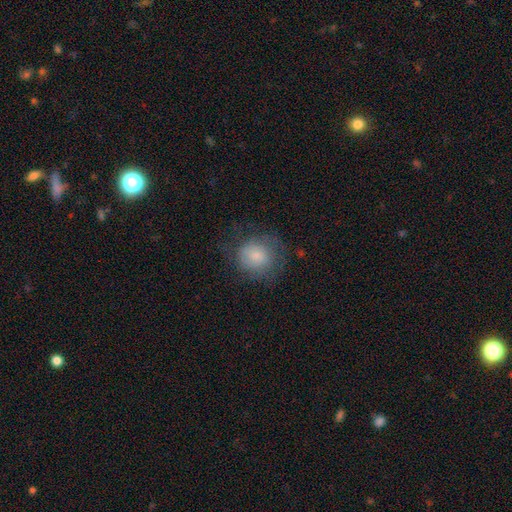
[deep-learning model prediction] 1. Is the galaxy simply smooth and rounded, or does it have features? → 75% smooth, 17% featured or disk, 9% star or artifact.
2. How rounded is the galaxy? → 80% round, 19% in between, 1% cigar-shaped.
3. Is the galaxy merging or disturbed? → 59% none, 23% minor disturbance, 17% major disturbance, 1% merger.